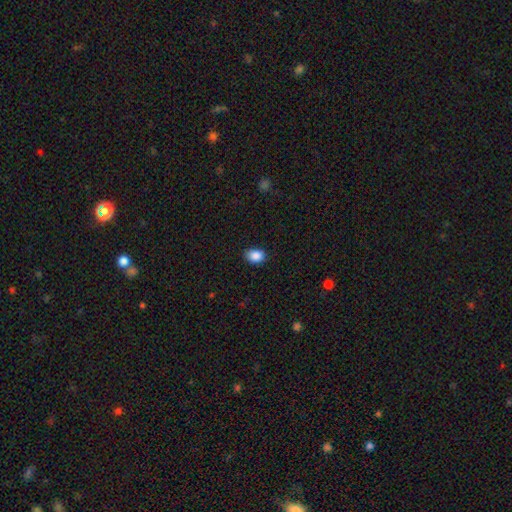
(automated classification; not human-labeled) smooth_or_featured: smooth (p=0.88) [alt: star or artifact p=0.08]
how_rounded: in between (p=0.73) [alt: round p=0.26]
merging: none (p=0.85) [alt: minor disturbance p=0.12]